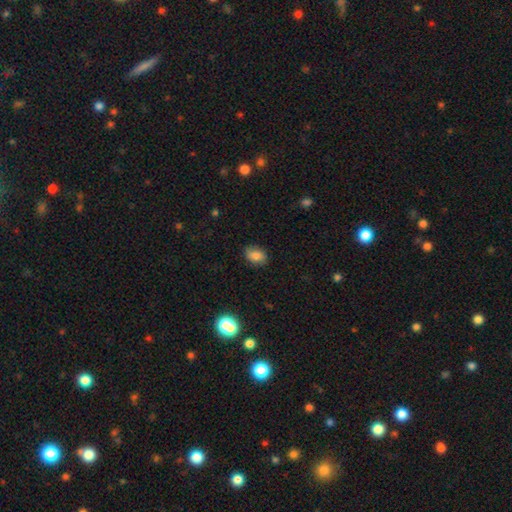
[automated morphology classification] This appears to be a smooth galaxy with no disk features (83%) that is in between round and cigar-shaped (75%). Merging: none (81%).